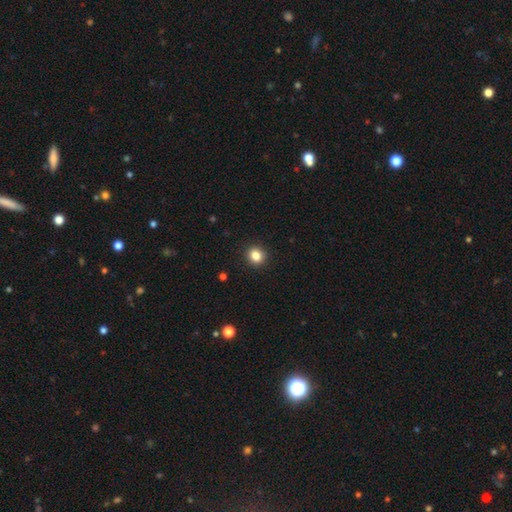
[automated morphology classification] A smooth galaxy with no disk features (84%) that is round (78%).

Vote fractions:
- Smooth or featured? smooth: 84% / star or artifact: 11% / featured or disk: 5%
- How rounded? round: 78% / in between: 21% / cigar-shaped: 1%
- Merging? none: 91% / minor disturbance: 6% / major disturbance: 2% / merger: 1%